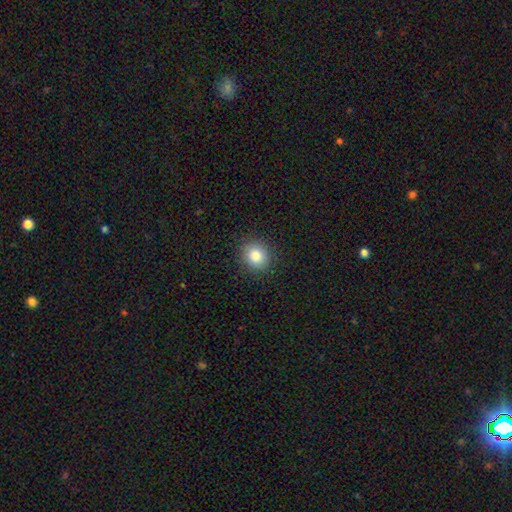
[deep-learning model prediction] smooth-or-featured: smooth: 84% | star or artifact: 10% | featured or disk: 6%
  how-rounded: round: 73% | in between: 26% | cigar-shaped: 1%
  merging: none: 89% | minor disturbance: 8% | major disturbance: 2% | merger: 1%